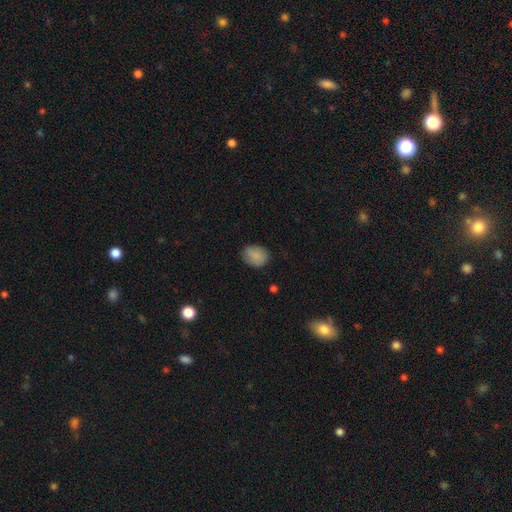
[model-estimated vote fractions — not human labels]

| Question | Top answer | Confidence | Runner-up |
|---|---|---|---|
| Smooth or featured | smooth | 87% | star or artifact (8%) |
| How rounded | in between | 55% | round (44%) |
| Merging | none | 78% | minor disturbance (17%) |